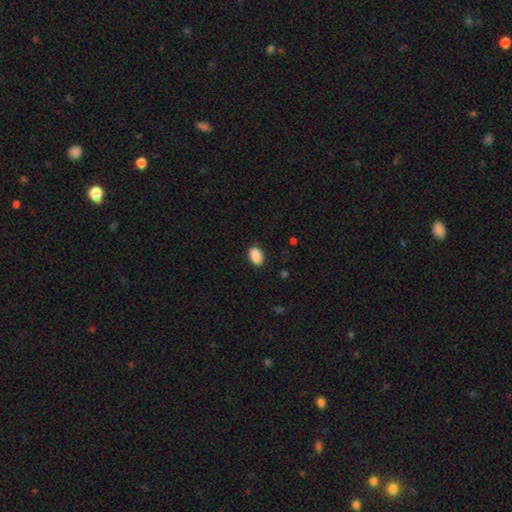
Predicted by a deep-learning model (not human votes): A smooth galaxy with no disk features (90%) that is in between round and cigar-shaped (85%). Merging: none (87%).